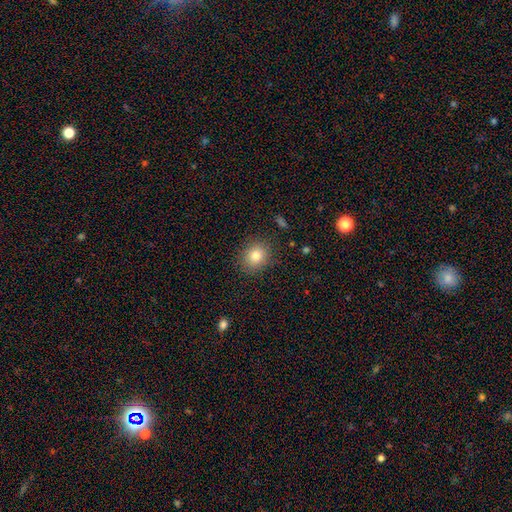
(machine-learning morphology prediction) Smooth or featured? Predicted: smooth (p=0.81). How rounded? Predicted: round (p=0.73). Merging? Predicted: none (p=0.86).